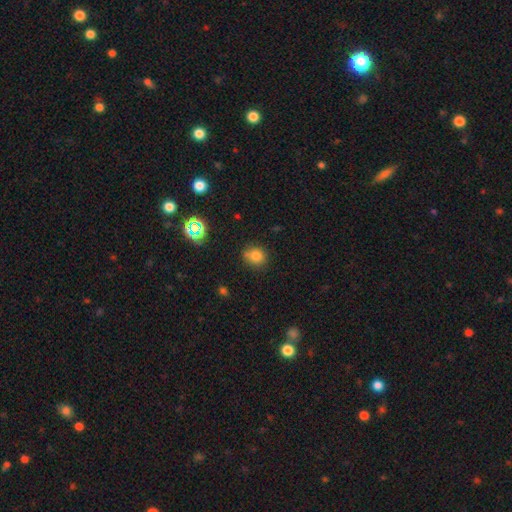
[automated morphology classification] Smooth or featured? Predicted: smooth (p=0.77). How rounded? Predicted: round (p=0.75). Merging? Predicted: none (p=0.69).